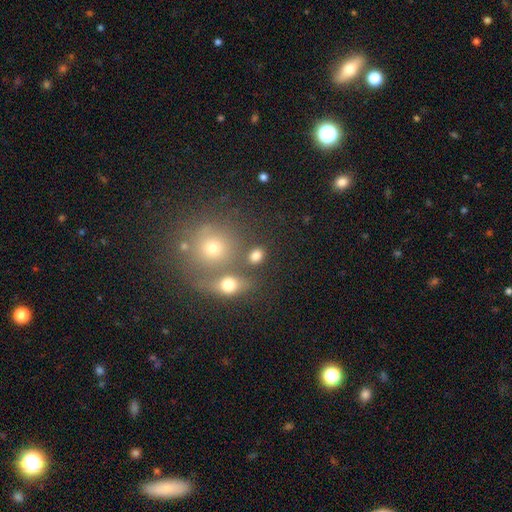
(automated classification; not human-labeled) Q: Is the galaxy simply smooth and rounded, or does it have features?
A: smooth — 77%.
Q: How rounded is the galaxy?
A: in between — 53%.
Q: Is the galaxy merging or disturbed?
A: none — 69%.